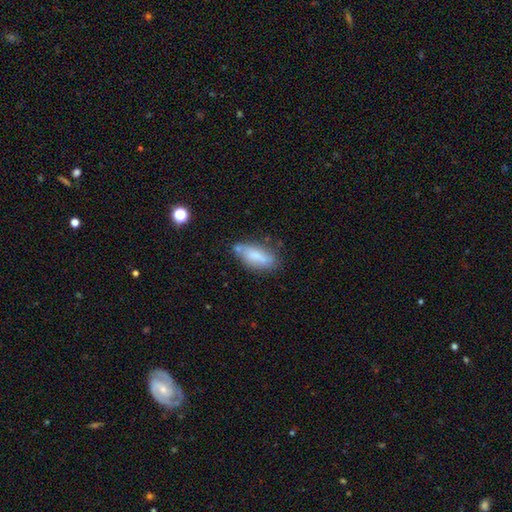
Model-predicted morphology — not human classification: smooth_or_featured: smooth (p=0.70) [alt: featured or disk p=0.22]
how_rounded: in between (p=0.74) [alt: cigar-shaped p=0.24]
merging: none (p=0.57) [alt: minor disturbance p=0.26]